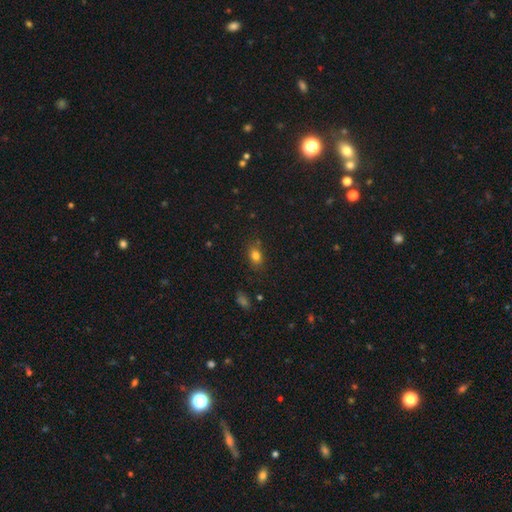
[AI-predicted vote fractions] smooth 79%, star or artifact 13%, featured or disk 8%. Down the decision tree: how rounded — in between (72%); merging — none (80%).